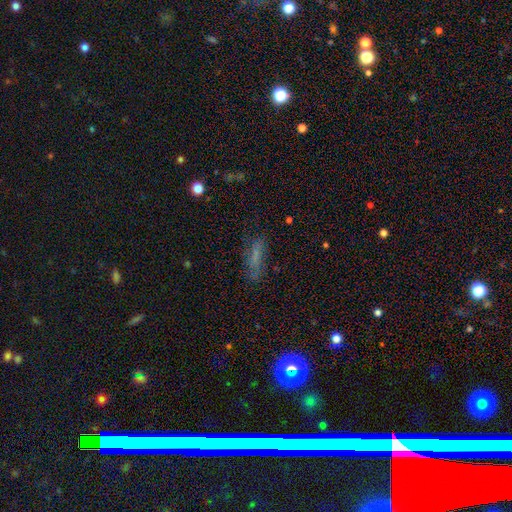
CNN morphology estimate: Q: Smooth or featured?
A: smooth (59%); runner-up: featured or disk (23%)
Q: How rounded?
A: cigar-shaped (51%); runner-up: in between (45%)
Q: Merging?
A: none (64%); runner-up: minor disturbance (21%)